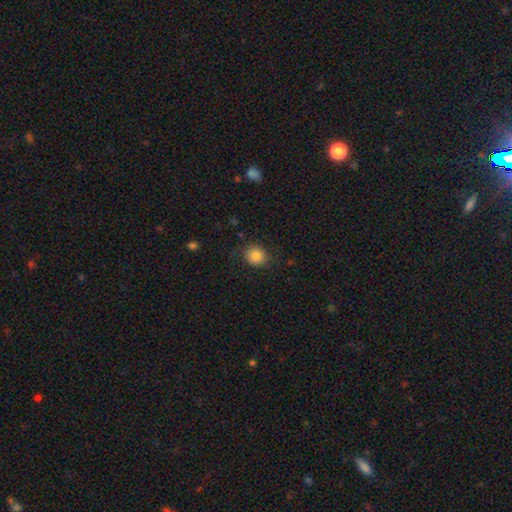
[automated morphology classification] A smooth galaxy with no disk features (84%) that is round (84%).

Vote fractions:
- Smooth or featured? smooth: 84% / star or artifact: 10% / featured or disk: 6%
- How rounded? round: 84% / in between: 16% / cigar-shaped: 1%
- Merging? none: 84% / minor disturbance: 12% / major disturbance: 3% / merger: 1%